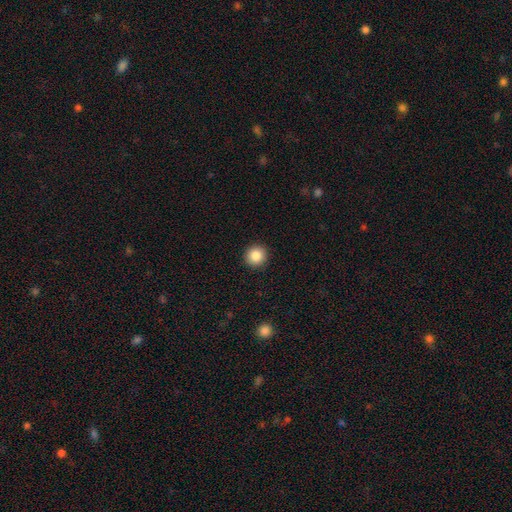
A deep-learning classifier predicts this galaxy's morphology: Smooth or featured? Predicted: smooth (p=0.86). How rounded? Predicted: round (p=0.94). Merging? Predicted: none (p=0.92).